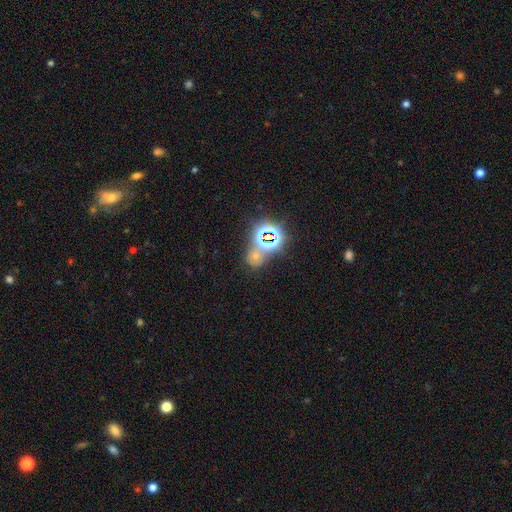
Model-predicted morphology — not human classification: smooth_or_featured: star or artifact (p=0.65) [alt: smooth p=0.25]